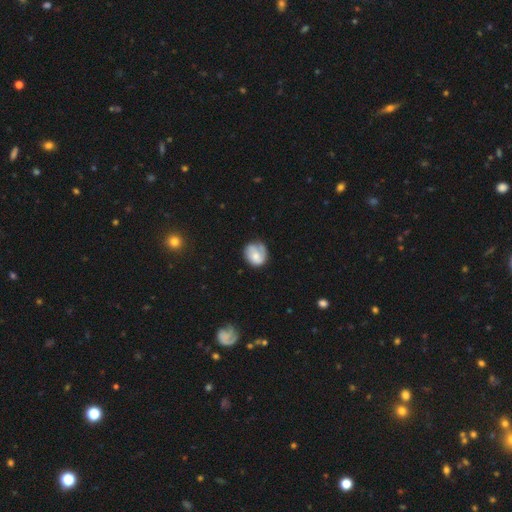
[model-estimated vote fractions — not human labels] smooth_or_featured: smooth (p=0.55) [alt: featured or disk p=0.37]
how_rounded: round (p=0.72) [alt: in between p=0.27]
merging: none (p=0.55) [alt: minor disturbance p=0.30]